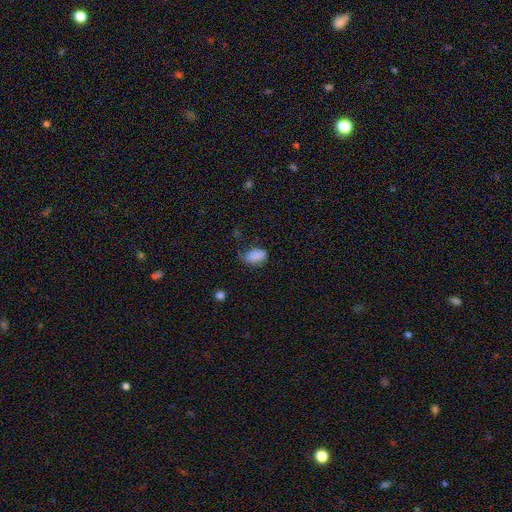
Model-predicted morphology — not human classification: The model was most divided on "merging": none: 59%, minor disturbance: 30%, major disturbance: 9%, merger: 2%. More confident: how rounded — in between (92%); smooth or featured — smooth (86%).